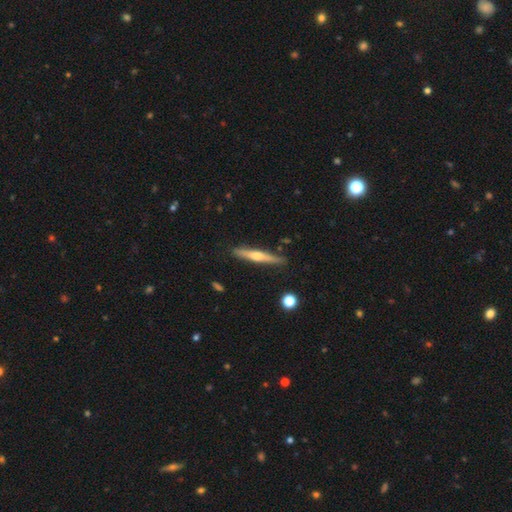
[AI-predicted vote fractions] smooth-or-featured: featured or disk: 62% | smooth: 32% | star or artifact: 6%
  disk-edge-on: yes: 96% | no: 4%
    edge-on-bulge: rounded: 84% | none: 12% | boxy: 5%
  merging: none: 88% | minor disturbance: 9% | merger: 2% | major disturbance: 2%